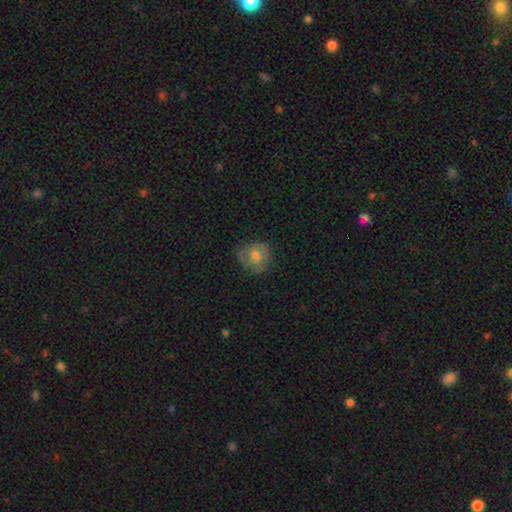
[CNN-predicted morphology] smooth-or-featured: smooth: 58% | featured or disk: 34% | star or artifact: 8%
  how-rounded: round: 76% | in between: 23% | cigar-shaped: 1%
  merging: none: 64% | minor disturbance: 25% | major disturbance: 9% | merger: 1%